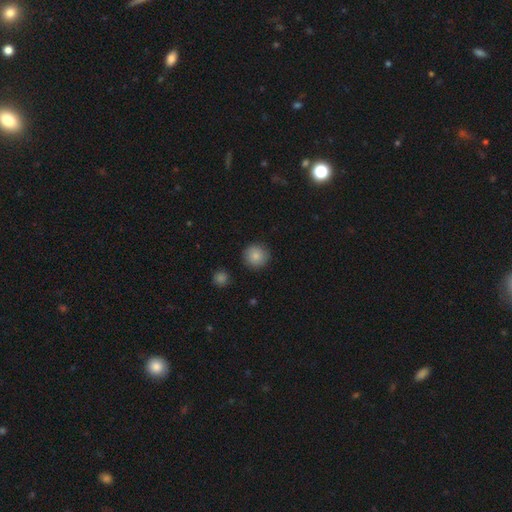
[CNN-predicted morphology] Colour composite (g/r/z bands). It shows a smooth galaxy with no disk features (85%) that is round (94%). Merging: none (89%).